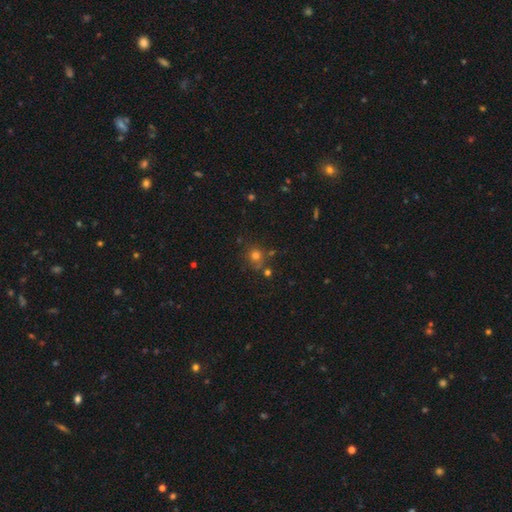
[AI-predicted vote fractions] Morphology: type=smooth (71%); roundness=round (85%); merging=none (70%).